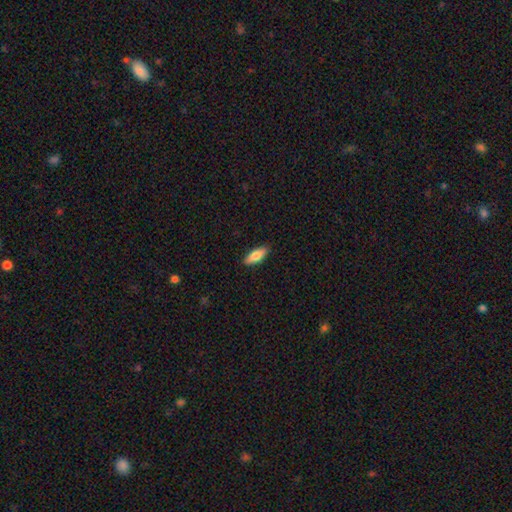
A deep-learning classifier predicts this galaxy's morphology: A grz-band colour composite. It shows a smooth galaxy with no disk features (78%) that is in between round and cigar-shaped (71%). Merging: none (89%).